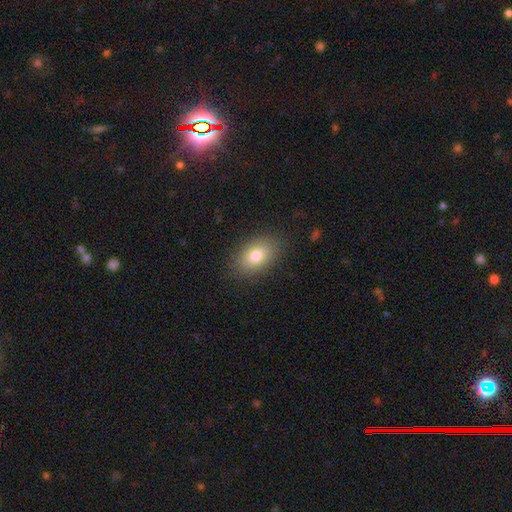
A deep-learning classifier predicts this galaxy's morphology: Smooth or featured?
  - smooth: 79% *
  - featured or disk: 12%
  - star or artifact: 9%
How rounded?
  - in between: 86% *
  - round: 12%
  - cigar-shaped: 2%
Merging?
  - none: 85% *
  - minor disturbance: 10%
  - major disturbance: 3%
  - merger: 1%